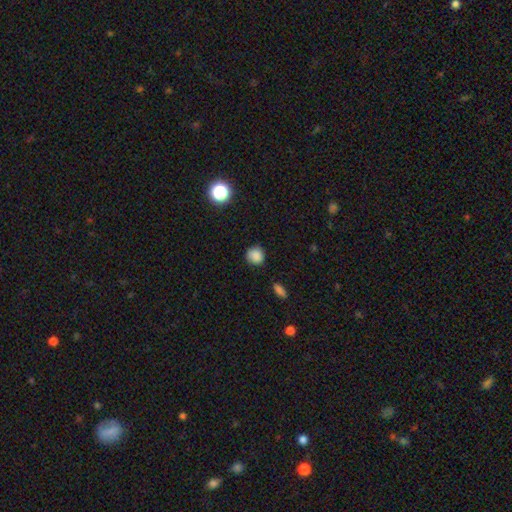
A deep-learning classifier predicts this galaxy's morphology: Smooth or featured? Predicted: smooth (p=0.85). How rounded? Predicted: round (p=0.87). Merging? Predicted: none (p=0.81).